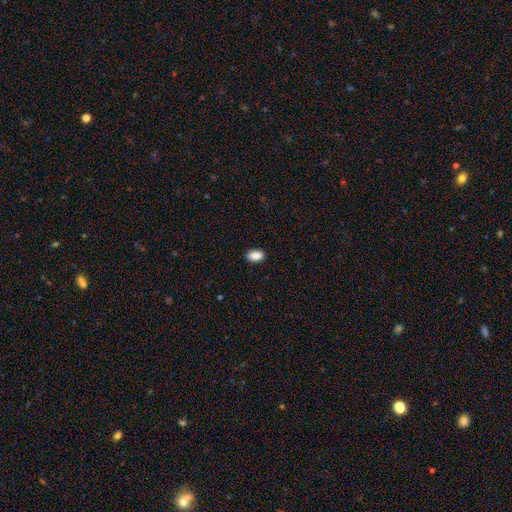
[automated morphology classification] Q: Smooth or featured?
A: smooth (89%); runner-up: star or artifact (8%)
Q: How rounded?
A: in between (90%); runner-up: round (8%)
Q: Merging?
A: none (89%); runner-up: minor disturbance (8%)